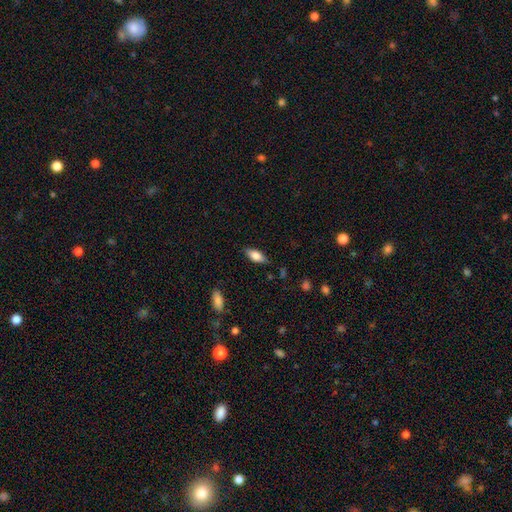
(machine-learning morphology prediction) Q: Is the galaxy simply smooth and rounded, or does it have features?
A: smooth — 71%.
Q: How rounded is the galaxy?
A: in between — 80%.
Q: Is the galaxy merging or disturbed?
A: none — 82%.